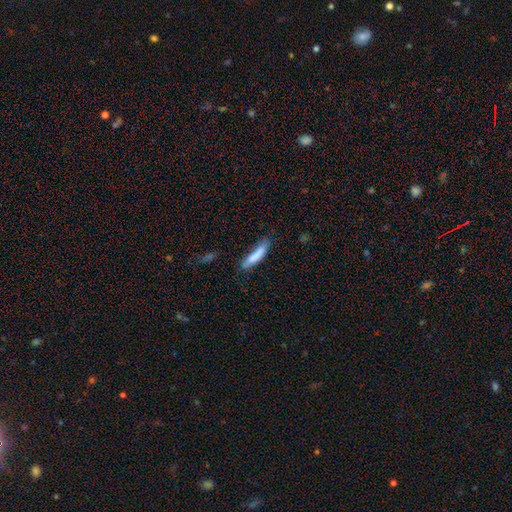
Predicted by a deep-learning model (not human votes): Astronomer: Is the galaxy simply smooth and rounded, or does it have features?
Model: smooth — 80%.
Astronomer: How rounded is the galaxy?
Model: cigar-shaped — 85%.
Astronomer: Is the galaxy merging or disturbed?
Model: none — 67%.